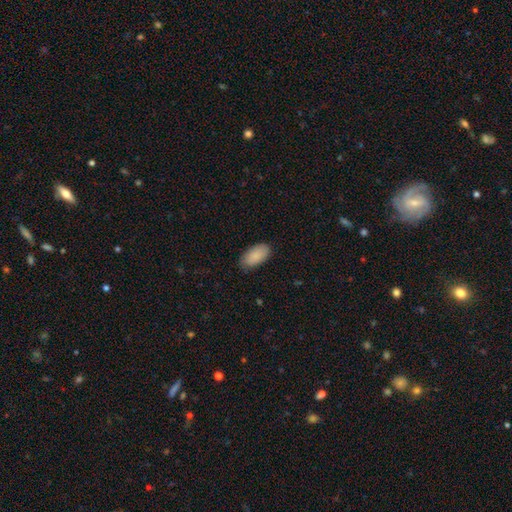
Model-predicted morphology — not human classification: type=smooth (89%); roundness=in between (95%); merging=none (82%).